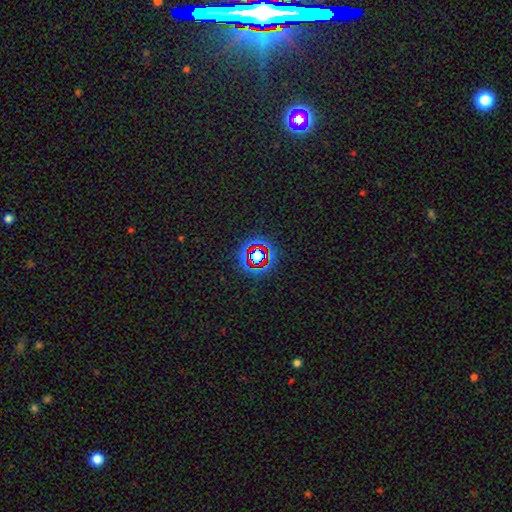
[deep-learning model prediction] Overall: star or artifact (70%).